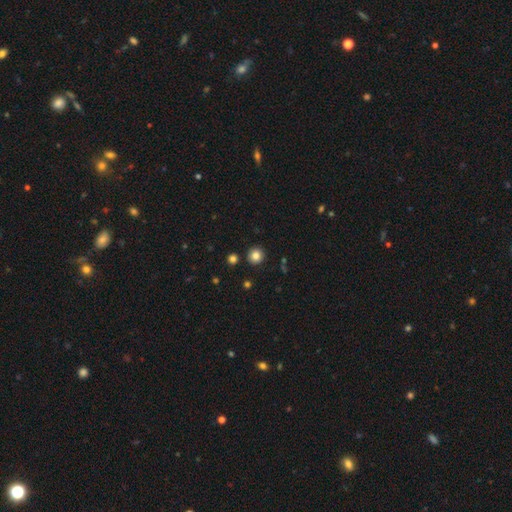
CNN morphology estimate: smooth-or-featured: smooth: 83% | star or artifact: 11% | featured or disk: 6%
  how-rounded: round: 93% | in between: 6% | cigar-shaped: 1%
  merging: none: 91% | minor disturbance: 5% | merger: 2% | major disturbance: 2%